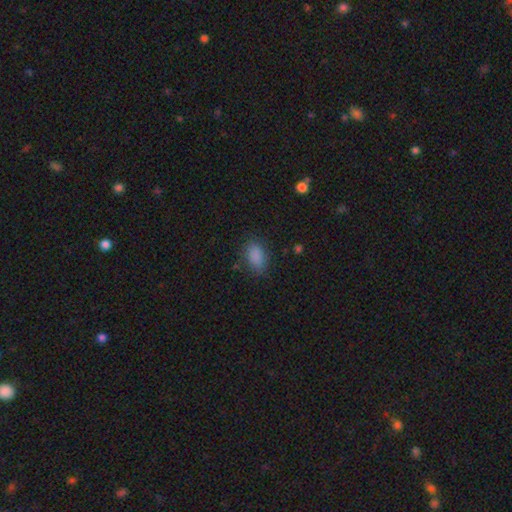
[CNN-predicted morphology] The model was most divided on "merging": none: 79%, minor disturbance: 15%, major disturbance: 5%, merger: 1%. More confident: how rounded — in between (89%); smooth or featured — smooth (86%).